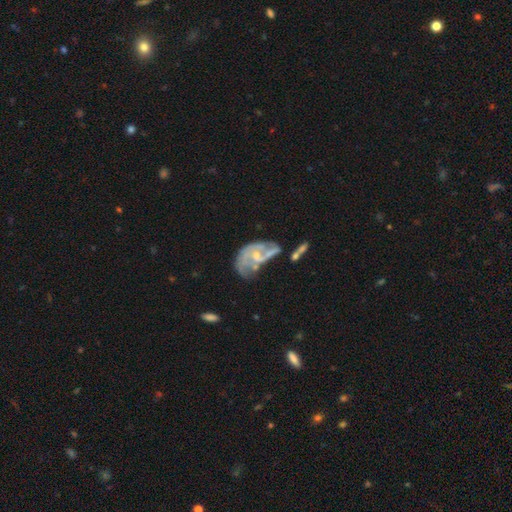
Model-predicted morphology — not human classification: Q: Smooth or featured?
A: featured or disk (75%); runner-up: smooth (18%)
Q: Edge-on disk?
A: no (97%); runner-up: yes (3%)
Q: Bar?
A: no (69%); runner-up: weak (27%)
Q: Spiral arms?
A: yes (70%); runner-up: no (30%)
Q: Spiral winding?
A: medium (40%); runner-up: loose (32%)
Q: Spiral arm count?
A: 2 (38%); runner-up: can't tell (33%)
Q: Bulge size?
A: small (61%); runner-up: moderate (29%)
Q: Merging?
A: major disturbance (34%); runner-up: none (24%)